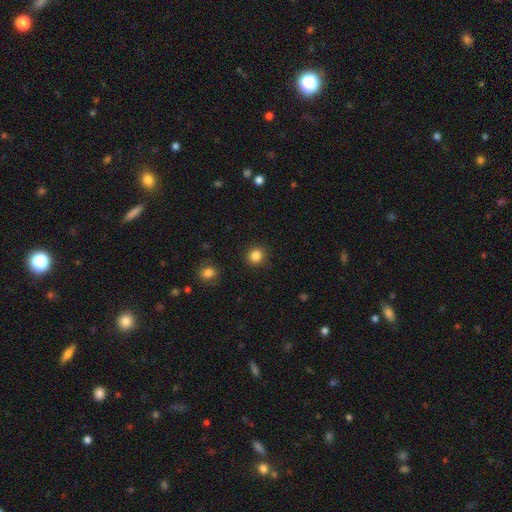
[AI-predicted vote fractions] smooth 85%, star or artifact 11%, featured or disk 4%. Down the decision tree: how rounded — round (90%); merging — none (91%).